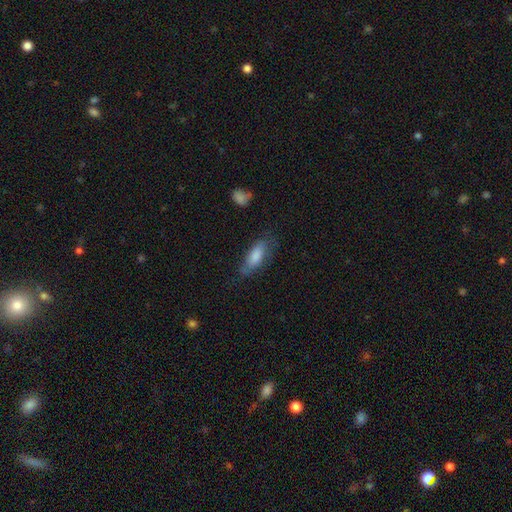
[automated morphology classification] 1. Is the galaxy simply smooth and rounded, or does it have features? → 71% smooth, 21% featured or disk, 8% star or artifact.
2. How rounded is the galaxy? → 69% in between, 29% cigar-shaped, 2% round.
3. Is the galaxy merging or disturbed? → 61% none, 26% minor disturbance, 11% major disturbance, 2% merger.